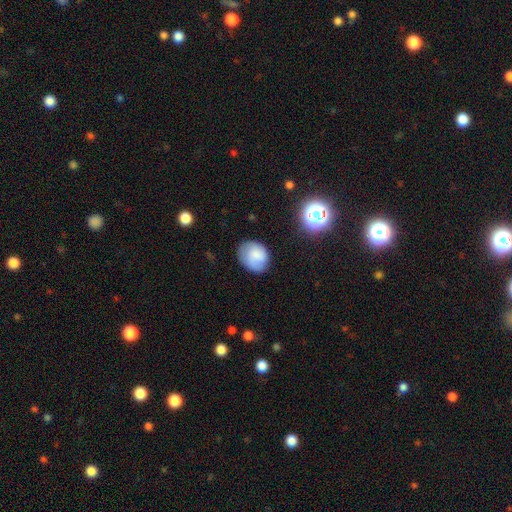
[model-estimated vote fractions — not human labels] Smooth or featured? smooth (74%)
How rounded? round (52%)
Merging? none (66%)